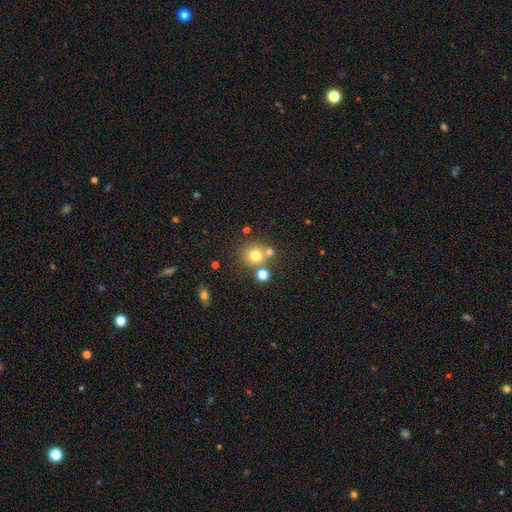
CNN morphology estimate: Smooth or featured?
  - smooth: 74% *
  - star or artifact: 15%
  - featured or disk: 11%
How rounded?
  - round: 88% *
  - in between: 11%
  - cigar-shaped: 1%
Merging?
  - none: 65% *
  - merger: 22%
  - minor disturbance: 9%
  - major disturbance: 4%